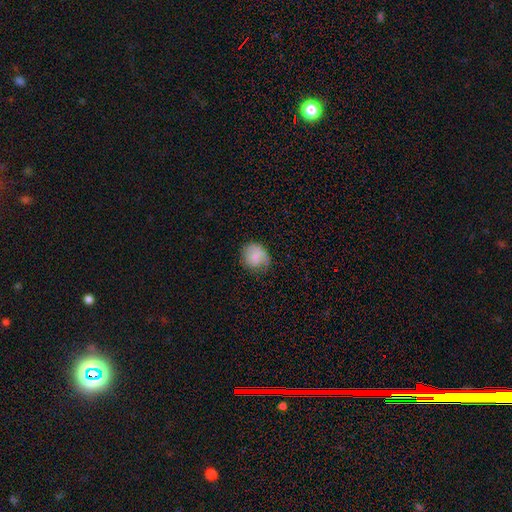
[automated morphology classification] Smooth or featured: smooth — 70% (featured or disk — 22%)
How rounded: round — 78% (in between — 21%)
Merging: none — 62% (minor disturbance — 28%)